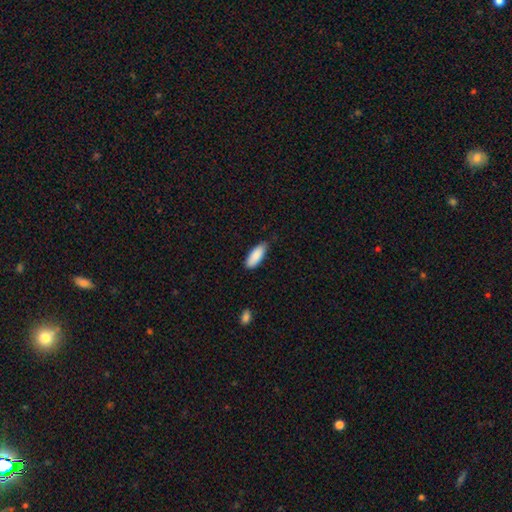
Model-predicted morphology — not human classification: A smooth galaxy with no disk features (88%) that is in between round and cigar-shaped (75%). Merging: none (73%).